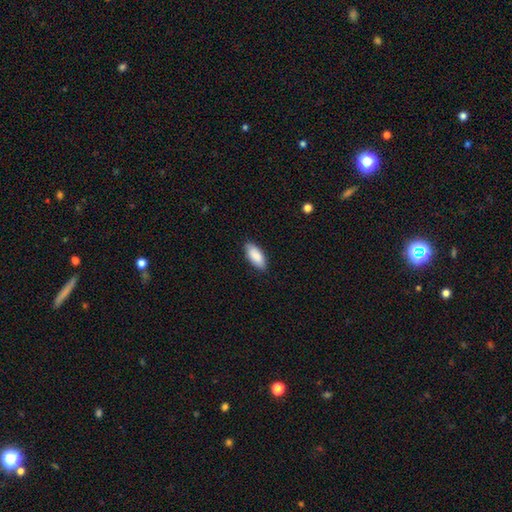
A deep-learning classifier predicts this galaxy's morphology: A smooth galaxy with no disk features (88%) that is in between round and cigar-shaped (87%). Merging: none (85%).